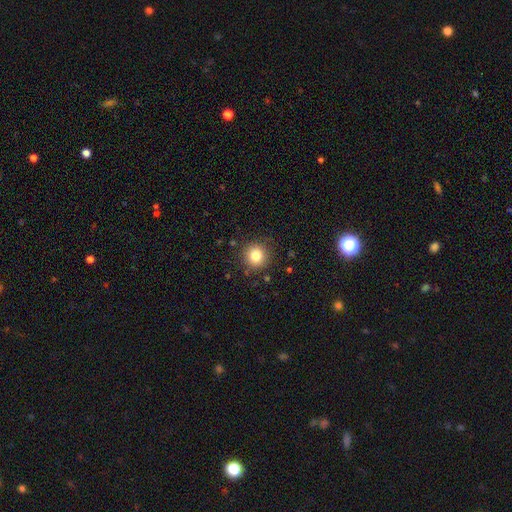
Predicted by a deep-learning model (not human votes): Overall: smooth (82%). How rounded: round (92%). Merging: none (88%).